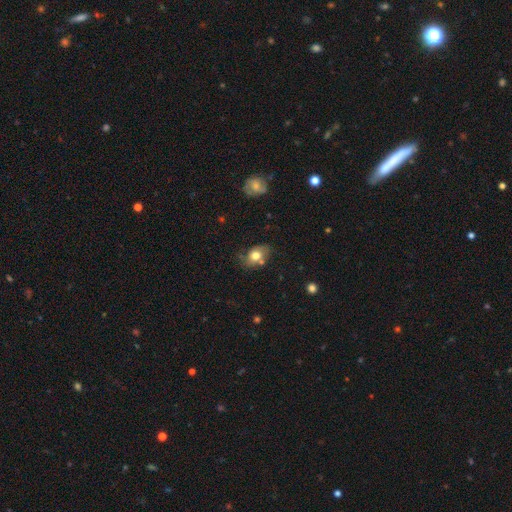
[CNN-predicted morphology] Smooth or featured?
  - smooth: 71% *
  - featured or disk: 19%
  - star or artifact: 9%
How rounded?
  - in between: 76% *
  - round: 23%
  - cigar-shaped: 2%
Merging?
  - none: 61% *
  - minor disturbance: 23%
  - merger: 10%
  - major disturbance: 7%